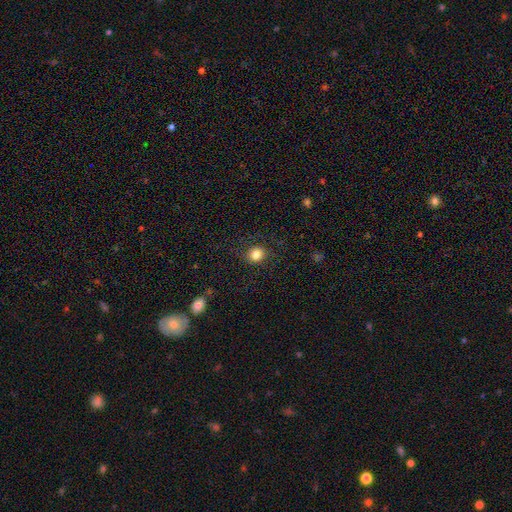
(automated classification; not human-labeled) Smooth or featured: smooth — 84% (star or artifact — 11%)
How rounded: round — 80% (in between — 19%)
Merging: none — 86% (minor disturbance — 9%)